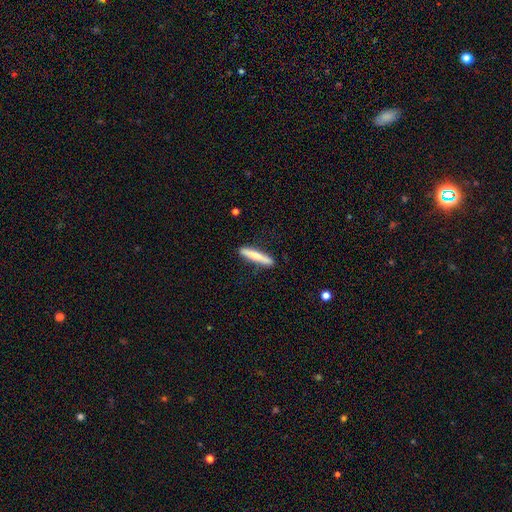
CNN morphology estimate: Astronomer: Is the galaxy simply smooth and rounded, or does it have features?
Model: smooth — 72%.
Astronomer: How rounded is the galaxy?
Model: cigar-shaped — 94%.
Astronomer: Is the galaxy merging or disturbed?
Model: none — 88%.